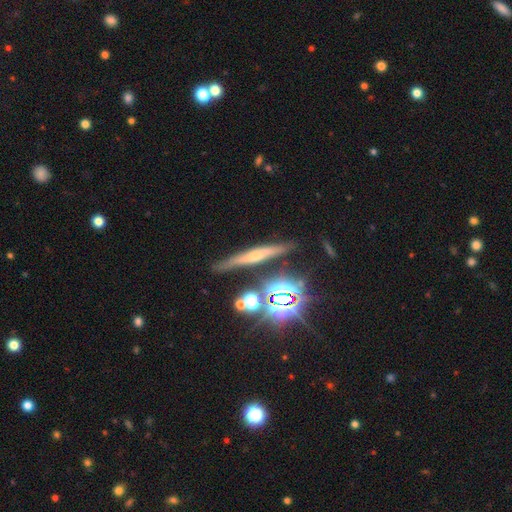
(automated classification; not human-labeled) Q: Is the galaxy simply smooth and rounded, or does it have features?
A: featured or disk — 44%.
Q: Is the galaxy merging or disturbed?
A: none — 81%.